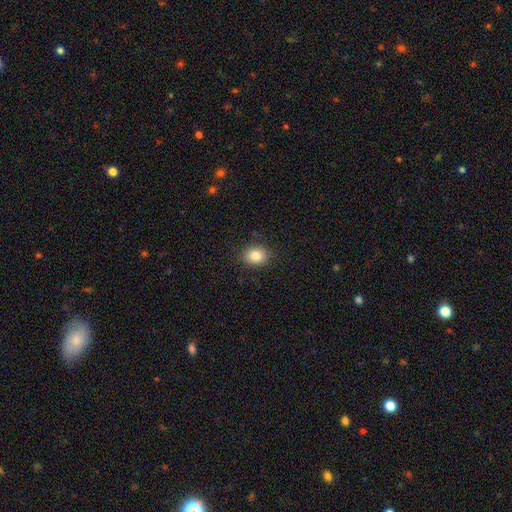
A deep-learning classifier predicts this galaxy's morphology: Overall: smooth (84%). How rounded: round (58%; in between 41%). Merging: none (86%).